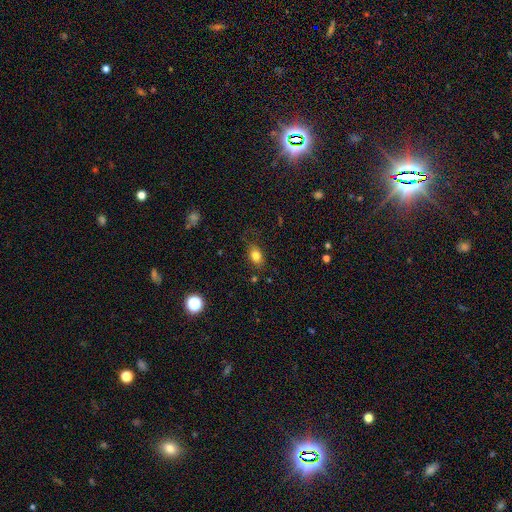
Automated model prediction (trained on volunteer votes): A smooth galaxy with no disk features (80%) that is in between round and cigar-shaped (80%). Merging: none (77%).